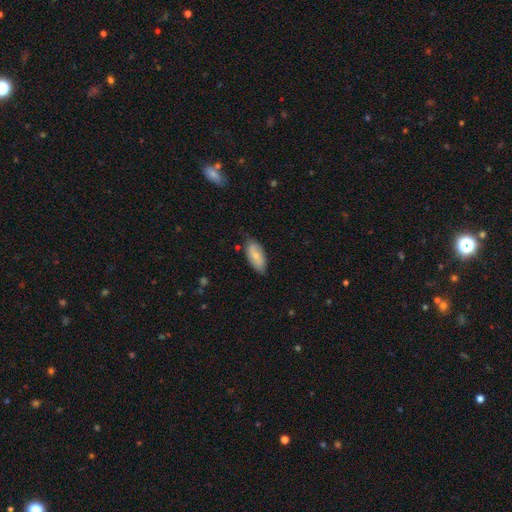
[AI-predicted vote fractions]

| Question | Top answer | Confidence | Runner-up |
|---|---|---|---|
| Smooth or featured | smooth | 73% | featured or disk (21%) |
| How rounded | in between | 90% | cigar-shaped (8%) |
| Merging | none | 75% | minor disturbance (21%) |